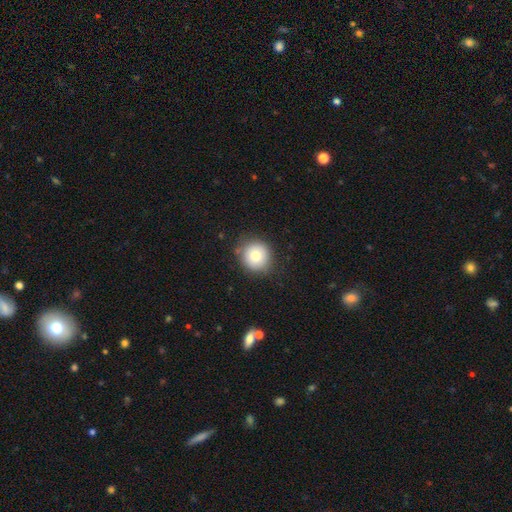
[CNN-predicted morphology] Smooth or featured? smooth (80%)
How rounded? round (91%)
Merging? none (83%)